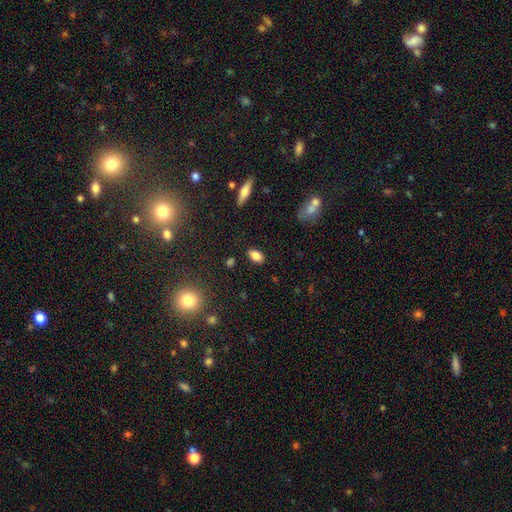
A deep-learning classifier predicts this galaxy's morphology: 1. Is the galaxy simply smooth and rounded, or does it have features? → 82% smooth, 10% star or artifact, 8% featured or disk.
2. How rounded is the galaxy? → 89% in between, 8% round, 3% cigar-shaped.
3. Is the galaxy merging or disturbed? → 85% none, 10% minor disturbance, 3% major disturbance, 2% merger.